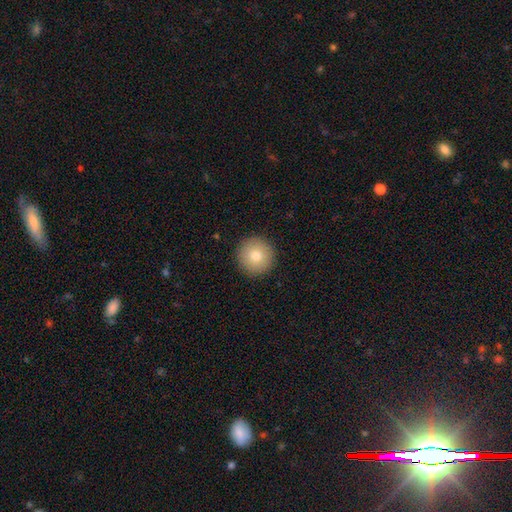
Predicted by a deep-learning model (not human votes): Smooth or featured?
  - smooth: 79% *
  - featured or disk: 12%
  - star or artifact: 9%
How rounded?
  - round: 96% *
  - in between: 3%
  - cigar-shaped: 1%
Merging?
  - none: 92% *
  - minor disturbance: 5%
  - major disturbance: 2%
  - merger: 1%